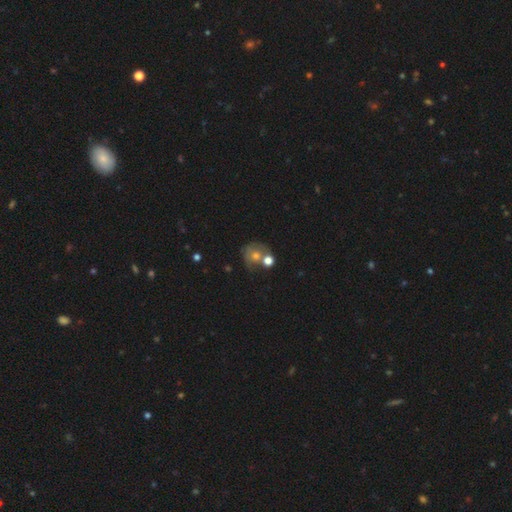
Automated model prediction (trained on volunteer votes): Smooth or featured? Predicted: smooth (p=0.54). How rounded? Predicted: round (p=0.76). Merging? Predicted: none (p=0.39).